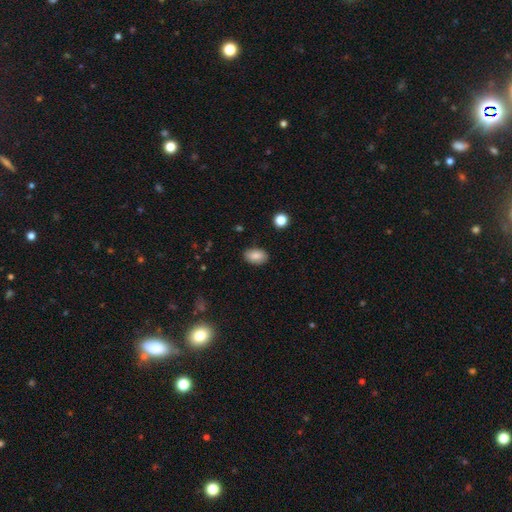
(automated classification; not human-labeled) This is clearly a smooth galaxy (85%). How rounded: clearly in between (89%). Merging: clearly none (86%).